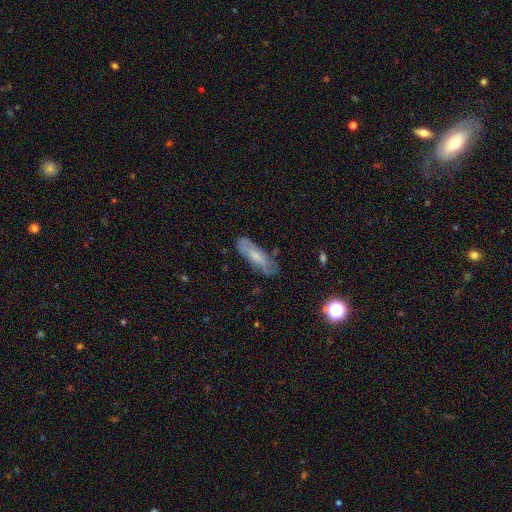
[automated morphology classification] smooth_or_featured: smooth (p=0.55) [alt: featured or disk p=0.36]
how_rounded: cigar-shaped (p=0.51) [alt: in between p=0.47]
merging: none (p=0.72) [alt: minor disturbance p=0.21]